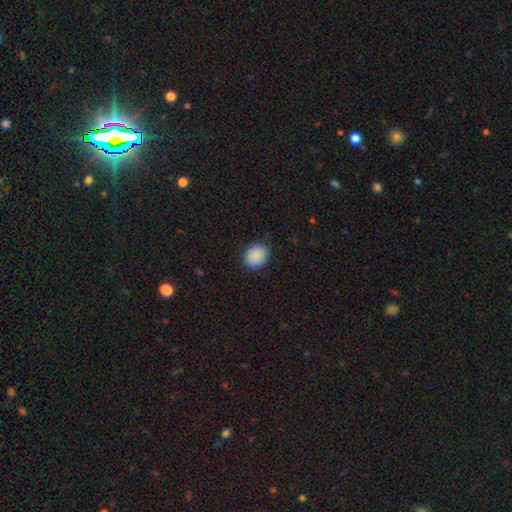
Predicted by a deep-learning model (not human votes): Overall: smooth (89%). How rounded: round (59%; in between 40%). Merging: none (77%).